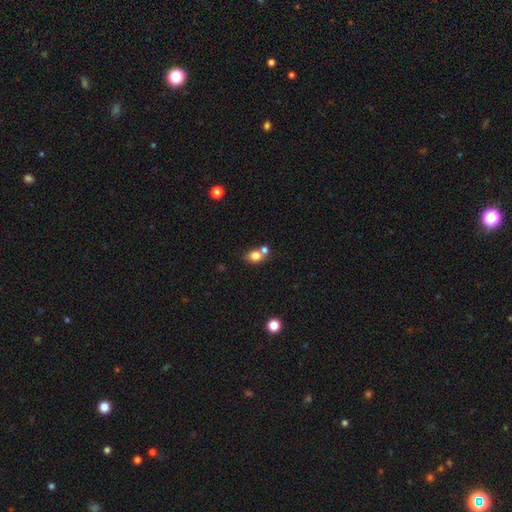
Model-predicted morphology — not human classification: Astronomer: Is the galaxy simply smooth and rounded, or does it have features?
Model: smooth — 80%.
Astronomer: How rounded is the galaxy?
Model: in between — 50% (runner-up: round, 48%).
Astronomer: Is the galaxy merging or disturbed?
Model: none — 47% (runner-up: merger, 39%).